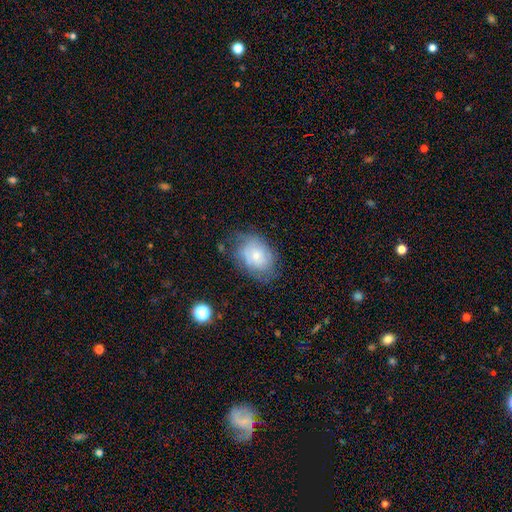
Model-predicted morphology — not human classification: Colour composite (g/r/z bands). It shows a smooth galaxy with no disk features (54%) that is in between round and cigar-shaped (76%). Merging: none (62%).